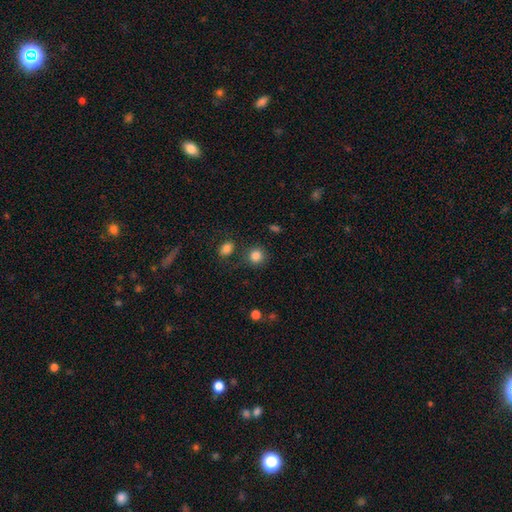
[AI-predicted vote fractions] Smooth or featured: smooth — 85% (star or artifact — 11%)
How rounded: round — 88% (in between — 11%)
Merging: none — 79% (minor disturbance — 10%)